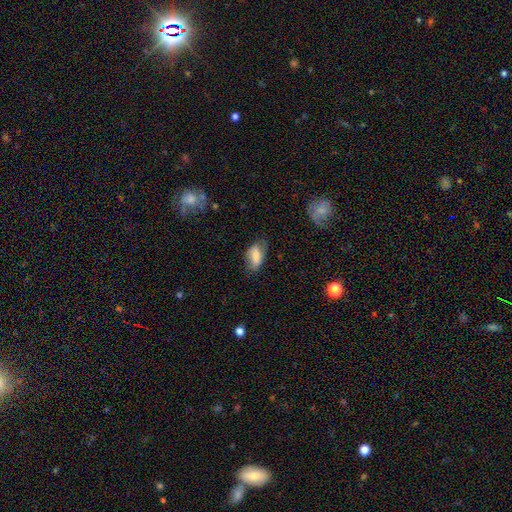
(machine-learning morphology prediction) Smooth or featured? smooth (68%)
How rounded? in between (90%)
Merging? none (62%)